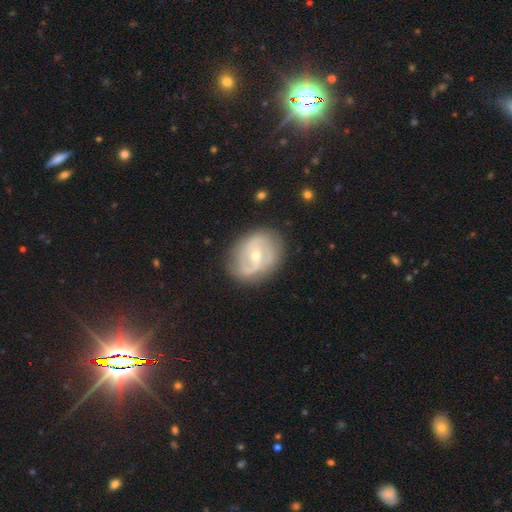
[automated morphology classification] This appears to be a featured or disk galaxy (80%) with a weak bar (48%), 2 (76%) medium (45%) spiral arms (87%) and a moderate central bulge (49%). Merging: none (77%).